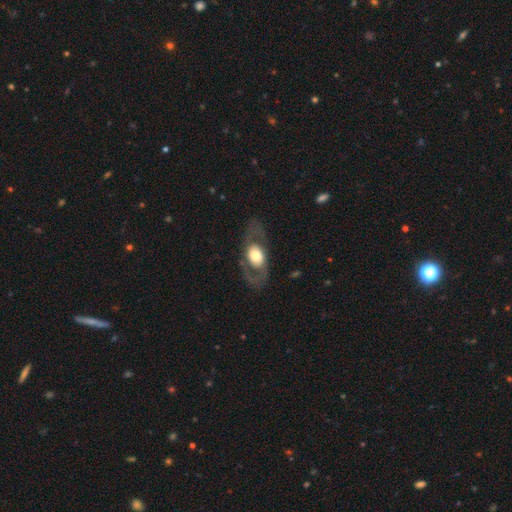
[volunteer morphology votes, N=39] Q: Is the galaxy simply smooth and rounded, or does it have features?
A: featured or disk — 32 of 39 (82%).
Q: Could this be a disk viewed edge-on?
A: no — 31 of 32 (97%).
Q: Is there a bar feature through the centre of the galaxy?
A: no — 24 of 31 (77%).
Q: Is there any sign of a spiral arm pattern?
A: yes — 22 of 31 (71%).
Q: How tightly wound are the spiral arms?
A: medium — 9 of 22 (41%).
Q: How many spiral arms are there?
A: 2 — 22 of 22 (100%).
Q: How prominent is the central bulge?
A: large — 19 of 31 (61%).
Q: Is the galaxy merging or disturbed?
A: none — 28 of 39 (72%).